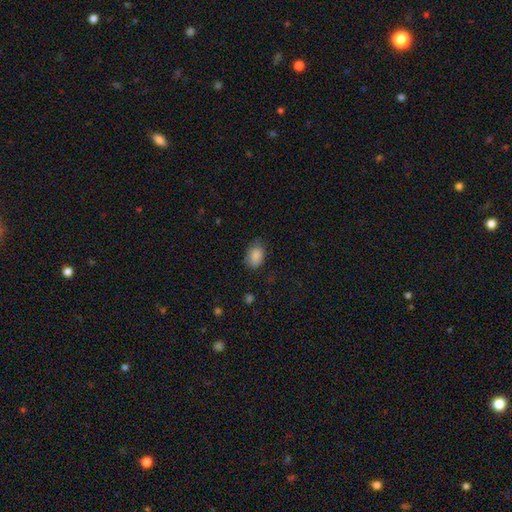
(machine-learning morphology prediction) type=smooth (86%); roundness=in between (81%); merging=none (68%).